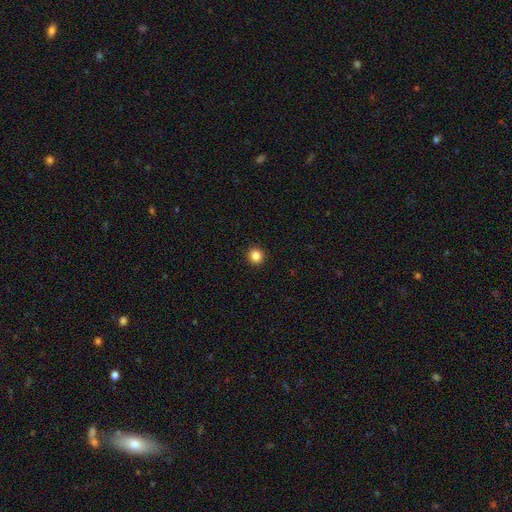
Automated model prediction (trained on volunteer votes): Smooth or featured: smooth — 85% (star or artifact — 11%)
How rounded: round — 91% (in between — 8%)
Merging: none — 93% (minor disturbance — 4%)